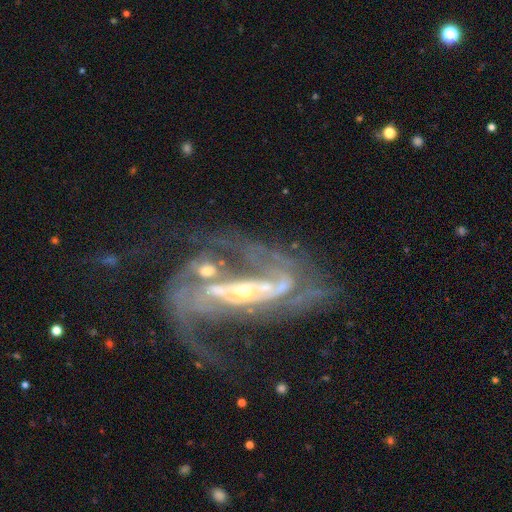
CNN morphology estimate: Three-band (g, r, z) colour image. It shows a featured or disk galaxy (88%) with a strong bar (53%), 2 (66%) medium (42%) spiral arms (94%) and a small central bulge (62%). Merging: merger (33%).